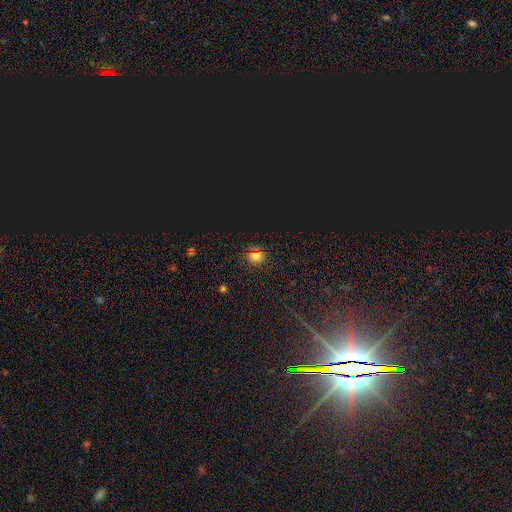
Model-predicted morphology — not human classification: The model was most divided on "smooth or featured": smooth: 50%, star or artifact: 43%, featured or disk: 6%. More confident: merging — none (82%); how rounded — round (56%).